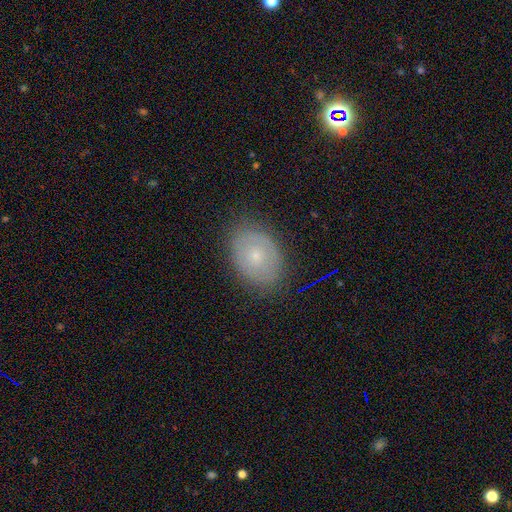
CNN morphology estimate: type=smooth (48%); merging=none (83%).